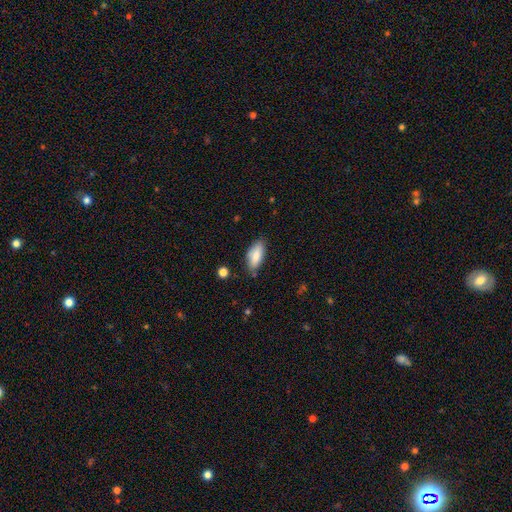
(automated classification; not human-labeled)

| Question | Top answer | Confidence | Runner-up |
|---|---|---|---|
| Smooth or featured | smooth | 83% | featured or disk (11%) |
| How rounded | in between | 81% | cigar-shaped (17%) |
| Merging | none | 74% | minor disturbance (20%) |